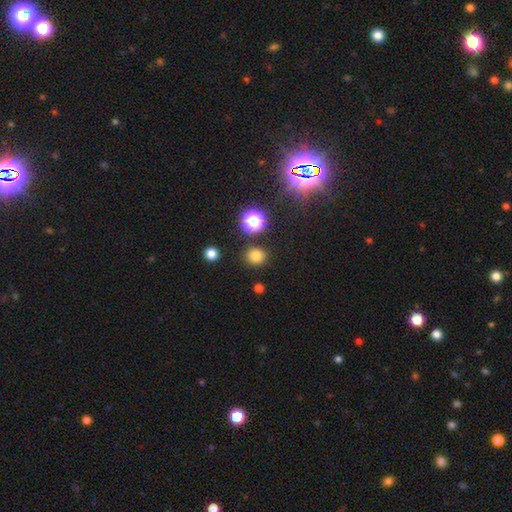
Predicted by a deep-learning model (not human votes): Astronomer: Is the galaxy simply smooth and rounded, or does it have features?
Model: smooth — 77%.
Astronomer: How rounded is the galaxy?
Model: round — 84%.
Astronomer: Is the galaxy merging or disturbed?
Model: none — 87%.